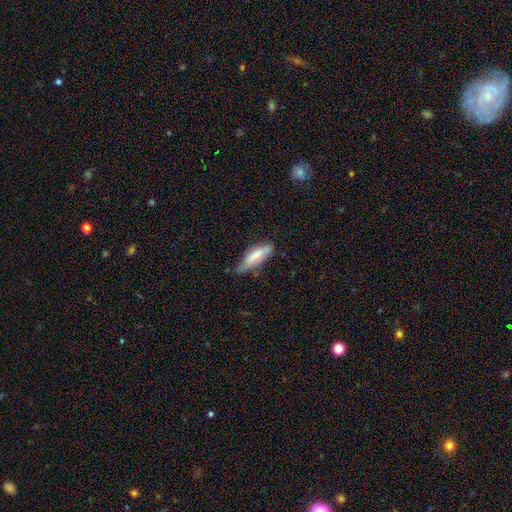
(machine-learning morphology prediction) The model was most divided on "how rounded": cigar-shaped: 50%, in between: 48%, round: 2%. Remaining: smooth or featured — smooth (72%); merging — none (49%).